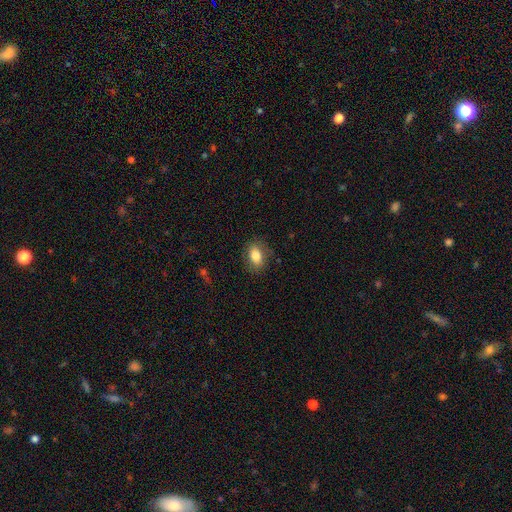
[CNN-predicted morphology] smooth 81%, featured or disk 11%, star or artifact 8%. Down the decision tree: how rounded — in between (84%); merging — none (80%).